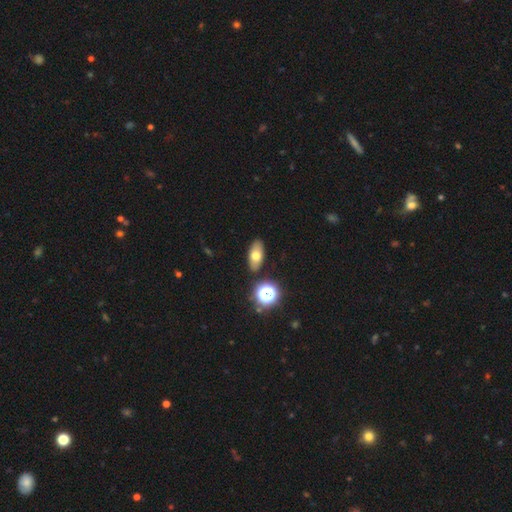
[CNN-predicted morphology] Overall: smooth (69%). How rounded: in between (83%). Merging: none (86%).